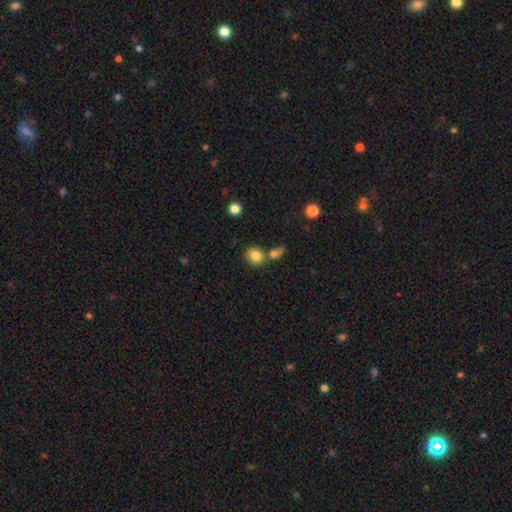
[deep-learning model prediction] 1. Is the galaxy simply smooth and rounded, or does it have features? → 83% smooth, 10% star or artifact, 8% featured or disk.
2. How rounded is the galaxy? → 72% round, 27% in between, 1% cigar-shaped.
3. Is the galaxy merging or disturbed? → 57% none, 29% merger, 10% minor disturbance, 4% major disturbance.